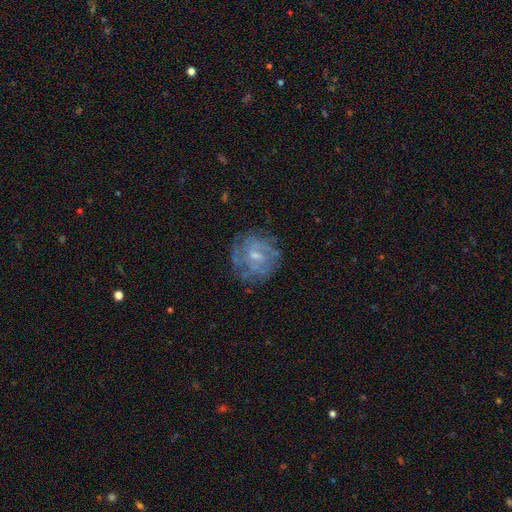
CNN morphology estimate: smooth_or_featured: featured or disk (p=0.74) [alt: smooth p=0.19]
disk_edge_on: no (p=0.98) [alt: yes p=0.02]
bar: weak (p=0.53) [alt: no p=0.37]
has_spiral_arms: yes (p=0.80) [alt: no p=0.20]
spiral_winding: tight (p=0.55) [alt: medium p=0.34]
spiral_arm_count: can't tell (p=0.47) [alt: 2 p=0.23]
bulge_size: small (p=0.54) [alt: moderate p=0.34]
merging: none (p=0.70) [alt: minor disturbance p=0.18]